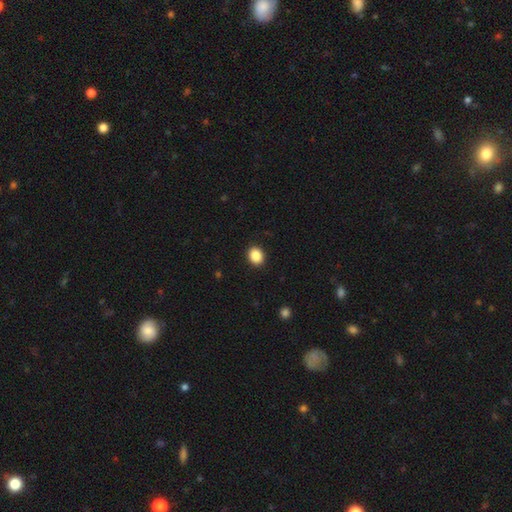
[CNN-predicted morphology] Smooth or featured? smooth (88%)
How rounded? round (57%)
Merging? none (91%)